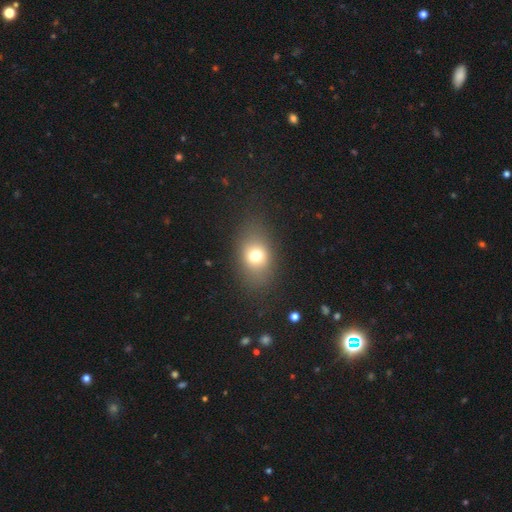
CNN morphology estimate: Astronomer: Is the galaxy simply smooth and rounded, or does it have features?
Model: smooth — 71%.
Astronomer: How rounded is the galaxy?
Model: in between — 65%.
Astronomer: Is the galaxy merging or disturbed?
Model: none — 80%.